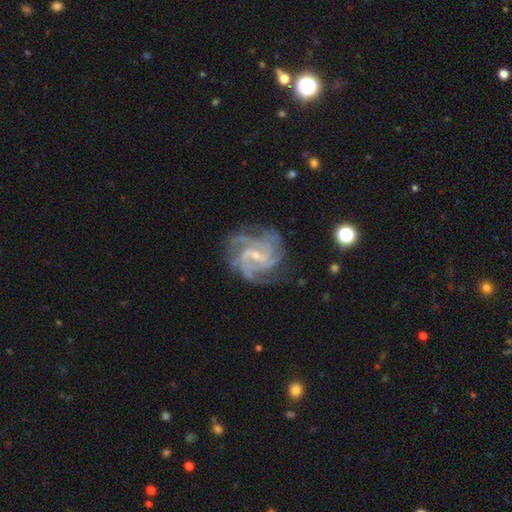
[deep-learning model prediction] Overall: featured or disk (91%). Edge-on disk: no (98%). Bar: weak (54%; no 28%). Spiral arms: yes (98%). Spiral arm count: 4 (33%; 3 29%). Spiral winding: tight (50%; medium 43%). Bulge size: small (71%). Merging: none (74%).